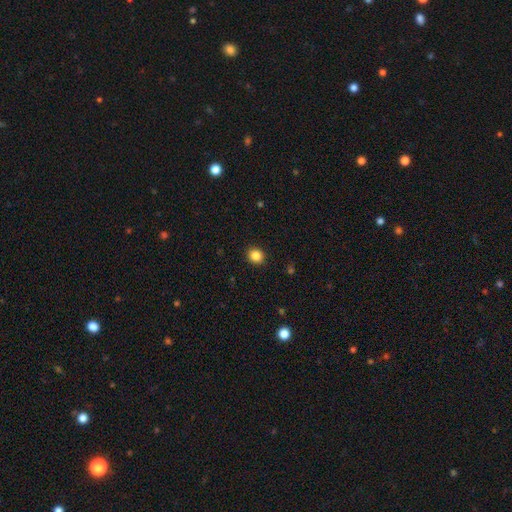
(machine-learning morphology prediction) Q: Smooth or featured?
A: smooth (85%); runner-up: star or artifact (11%)
Q: How rounded?
A: round (81%); runner-up: in between (19%)
Q: Merging?
A: none (92%); runner-up: minor disturbance (6%)